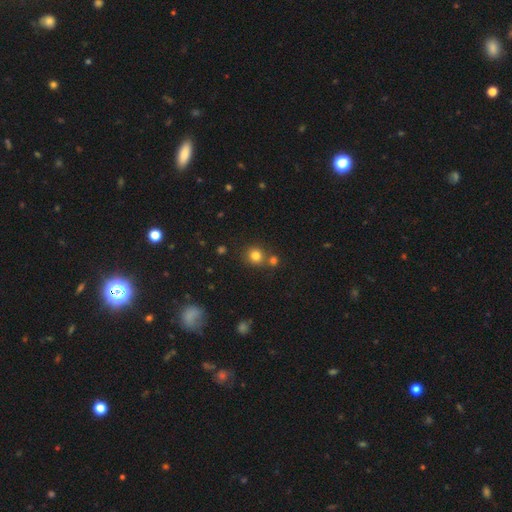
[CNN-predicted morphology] Smooth or featured?
  - smooth: 80% *
  - star or artifact: 14%
  - featured or disk: 7%
How rounded?
  - round: 88% *
  - in between: 11%
  - cigar-shaped: 1%
Merging?
  - none: 70% *
  - merger: 19%
  - minor disturbance: 8%
  - major disturbance: 3%